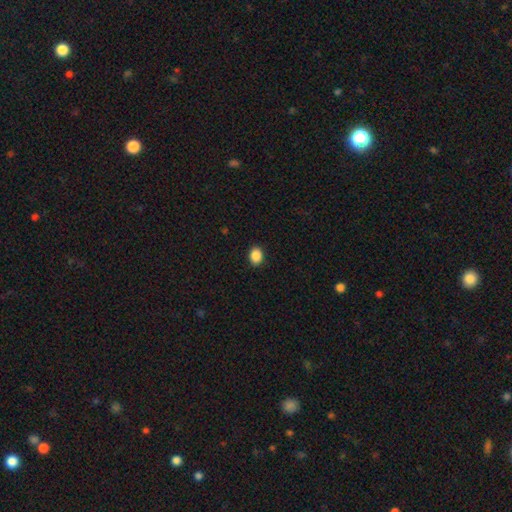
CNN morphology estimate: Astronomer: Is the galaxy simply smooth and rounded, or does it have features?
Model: smooth — 89%.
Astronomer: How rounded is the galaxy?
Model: in between — 59% (runner-up: round, 40%).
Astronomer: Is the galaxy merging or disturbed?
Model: none — 90%.